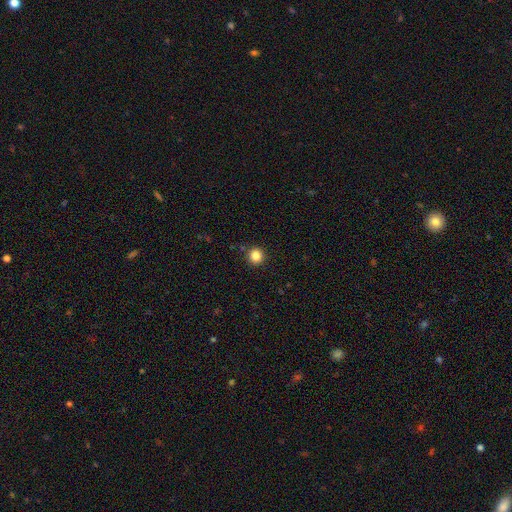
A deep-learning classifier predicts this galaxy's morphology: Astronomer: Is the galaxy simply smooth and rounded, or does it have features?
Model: smooth — 85%.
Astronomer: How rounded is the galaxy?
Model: round — 93%.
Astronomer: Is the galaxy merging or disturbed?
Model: none — 90%.